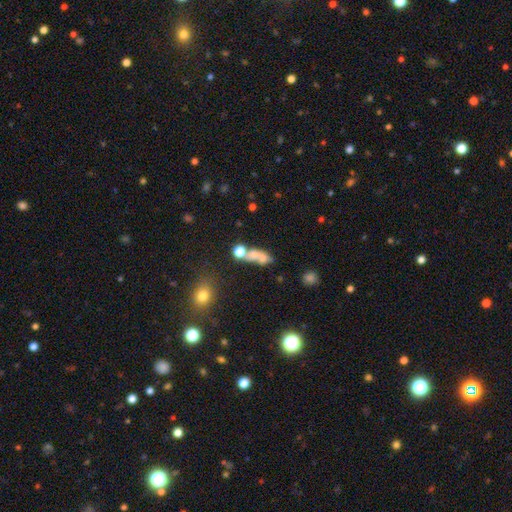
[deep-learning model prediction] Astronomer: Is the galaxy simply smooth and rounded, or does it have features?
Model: smooth — 58%.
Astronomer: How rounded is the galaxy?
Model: in between — 59%.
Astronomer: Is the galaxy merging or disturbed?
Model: merger — 45% (runner-up: none, 29%).